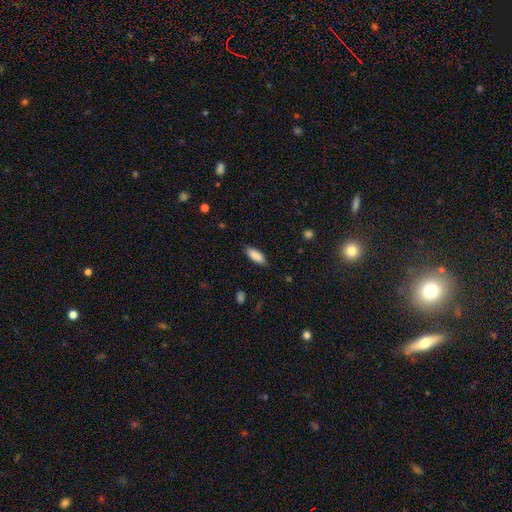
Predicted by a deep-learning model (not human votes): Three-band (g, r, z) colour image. It shows a smooth galaxy with no disk features (88%) that is in between round and cigar-shaped (69%). Merging: none (86%).